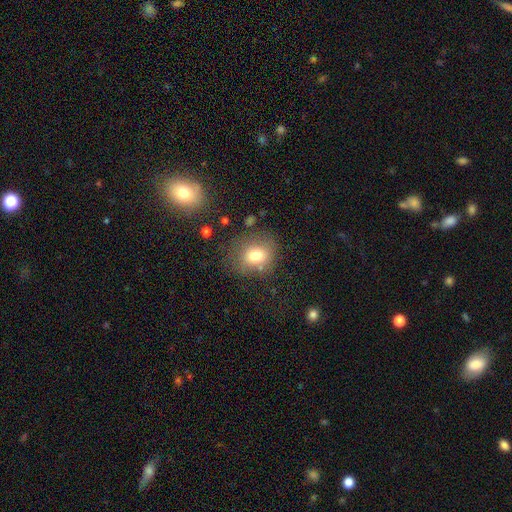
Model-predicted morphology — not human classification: A smooth galaxy with no disk features (75%) that is round (61%).

Vote fractions:
- Smooth or featured? smooth: 75% / featured or disk: 13% / star or artifact: 12%
- How rounded? round: 61% / in between: 38% / cigar-shaped: 1%
- Merging? none: 68% / minor disturbance: 19% / major disturbance: 9% / merger: 5%